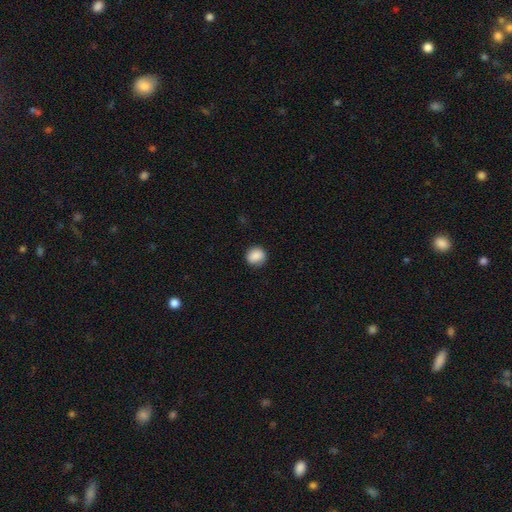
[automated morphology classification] A smooth galaxy with no disk features (88%) that is round (81%).

Vote fractions:
- Smooth or featured? smooth: 88% / star or artifact: 8% / featured or disk: 4%
- How rounded? round: 81% / in between: 18% / cigar-shaped: 1%
- Merging? none: 87% / minor disturbance: 10% / major disturbance: 2% / merger: 1%